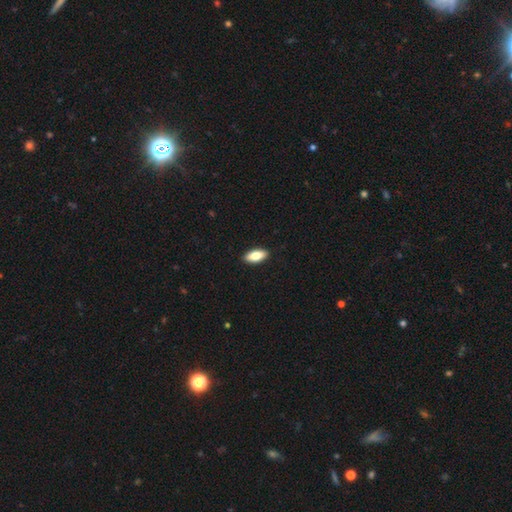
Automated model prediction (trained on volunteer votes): Smooth or featured? smooth (79%)
How rounded? in between (85%)
Merging? none (91%)